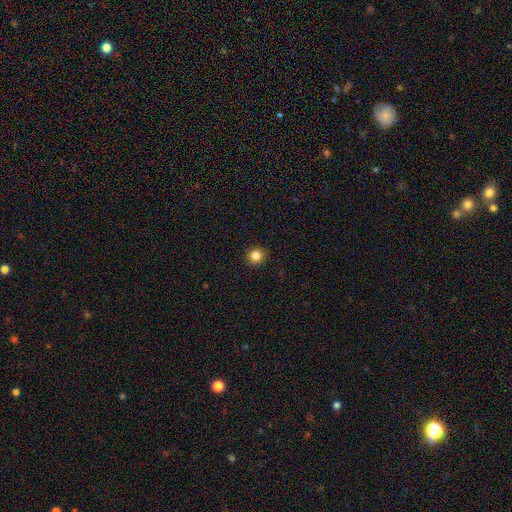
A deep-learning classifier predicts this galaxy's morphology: Smooth or featured? smooth (83%)
How rounded? round (89%)
Merging? none (91%)